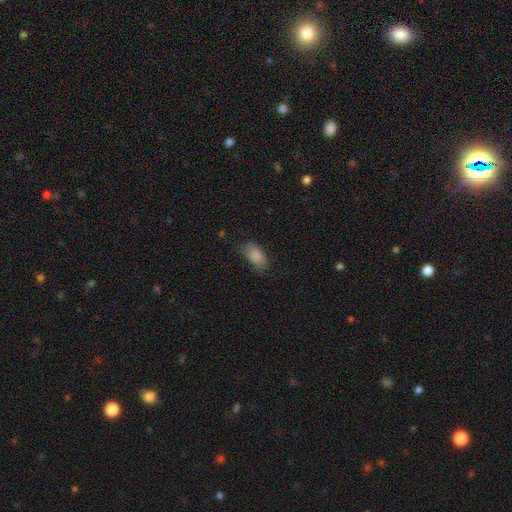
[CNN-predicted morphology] The model was most divided on "merging": none: 67%, minor disturbance: 24%, major disturbance: 8%, merger: 1%. More confident: how rounded — in between (92%); smooth or featured — smooth (86%).